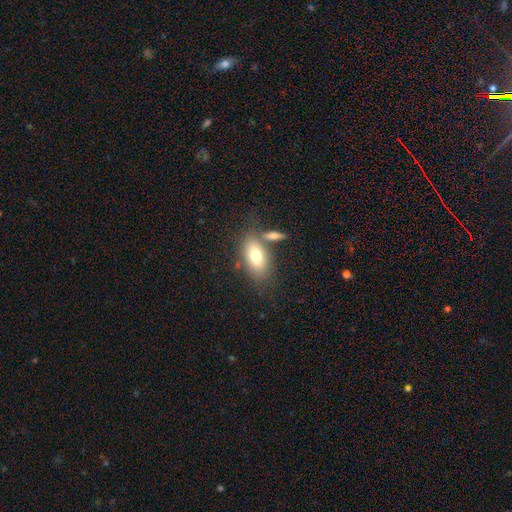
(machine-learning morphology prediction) type=smooth (73%); roundness=in between (87%); merging=none (60%).